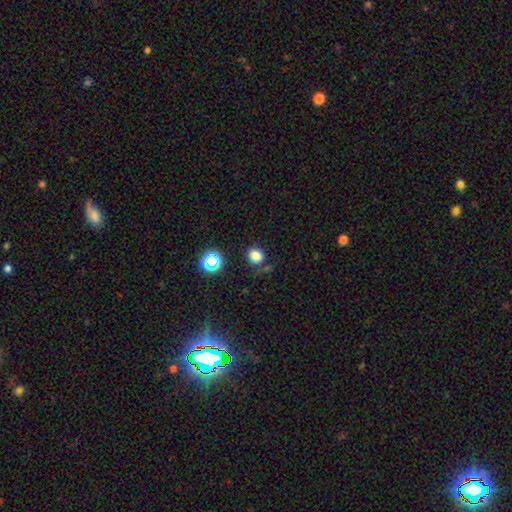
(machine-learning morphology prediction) This is likely a smooth galaxy (78%). How rounded: likely round (61%). Merging: likely none (73%).